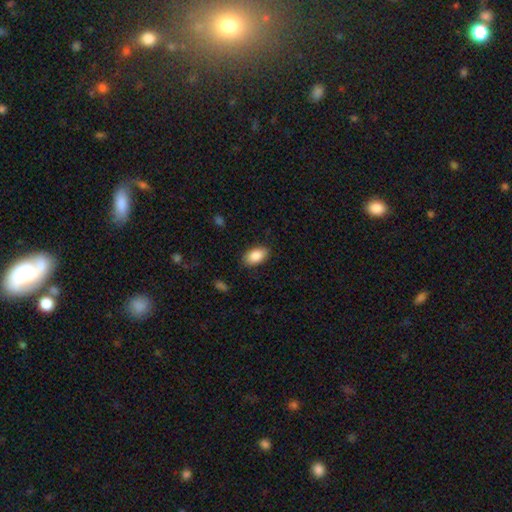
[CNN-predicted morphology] Overall: smooth (88%). How rounded: in between (92%). Merging: none (86%).